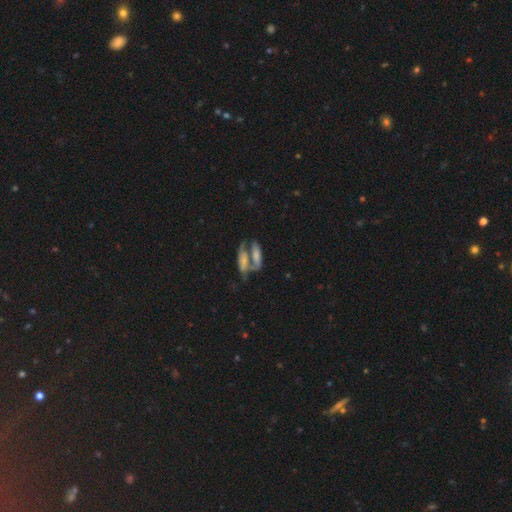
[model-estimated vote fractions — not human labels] Smooth or featured? Predicted: smooth (p=0.44). Merging? Predicted: merger (p=0.59).